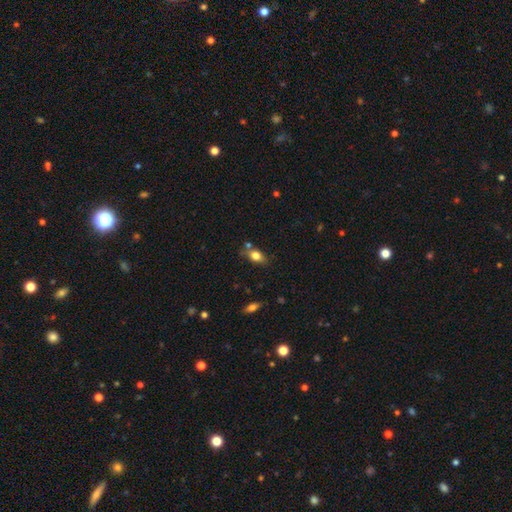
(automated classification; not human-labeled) Overall: smooth (78%). How rounded: in between (80%). Merging: none (66%).